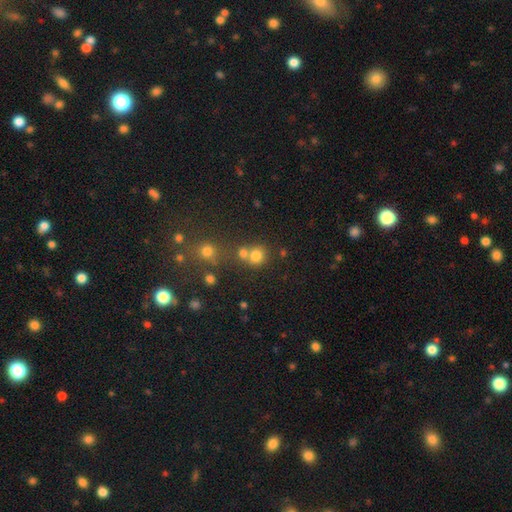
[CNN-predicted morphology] smooth 76%, star or artifact 16%, featured or disk 8%. Down the decision tree: how rounded — round (85%); merging — none (54%).